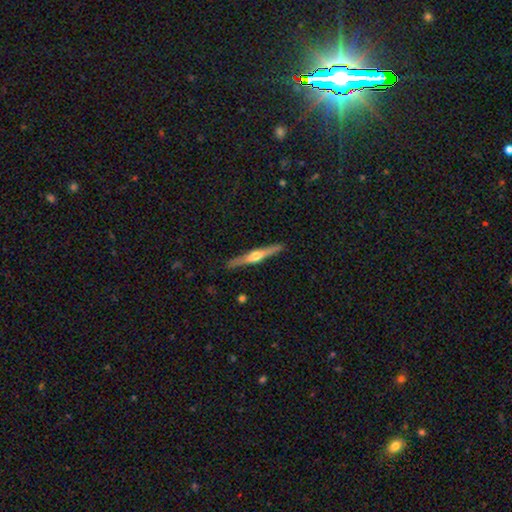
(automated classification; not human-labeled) smooth_or_featured: featured or disk (p=0.67) [alt: smooth p=0.27]
disk_edge_on: yes (p=0.96) [alt: no p=0.04]
edge_on_bulge: rounded (p=0.90) [alt: none p=0.06]
merging: none (p=0.89) [alt: minor disturbance p=0.08]